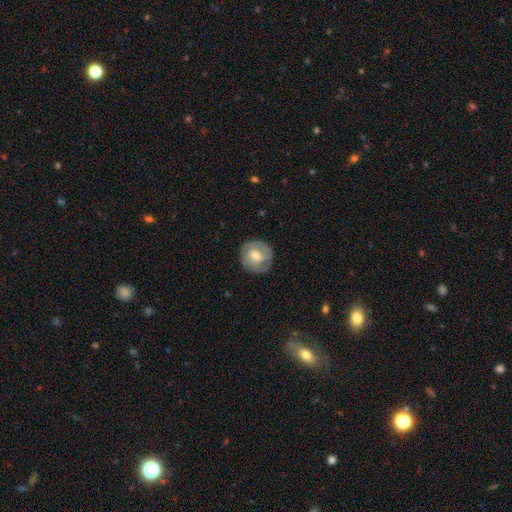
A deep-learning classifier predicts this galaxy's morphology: The model was most divided on "bar": no: 56%, weak: 36%, strong: 9%. More confident: edge-on disk — no (97%); merging — none (82%); spiral arms — yes (77%); bulge size — moderate (66%); smooth or featured — featured or disk (59%).